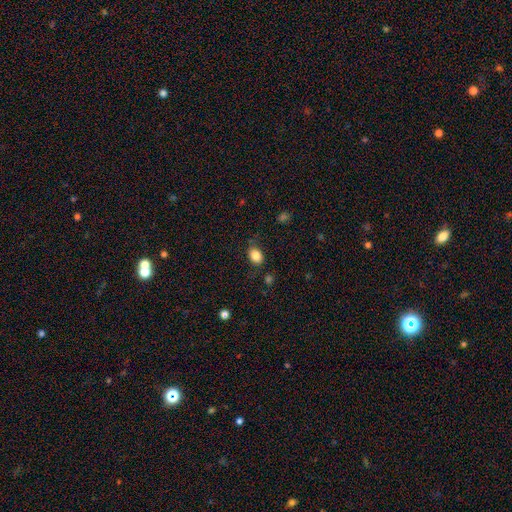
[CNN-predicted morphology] smooth 85%, star or artifact 9%, featured or disk 5%. Down the decision tree: how rounded — in between (71%); merging — none (78%).